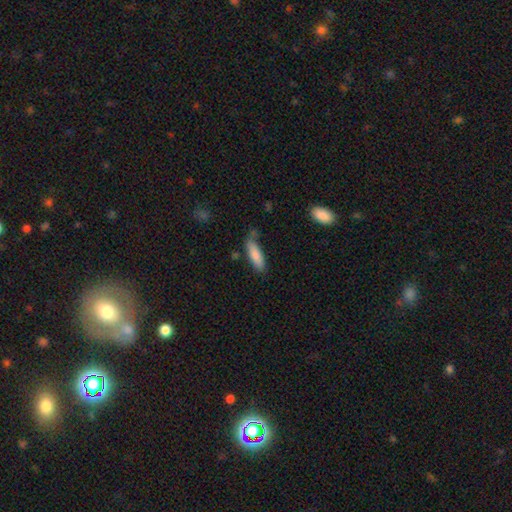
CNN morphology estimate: Q: Smooth or featured?
A: smooth (84%); runner-up: featured or disk (9%)
Q: How rounded?
A: in between (53%); runner-up: cigar-shaped (45%)
Q: Merging?
A: none (60%); runner-up: minor disturbance (27%)